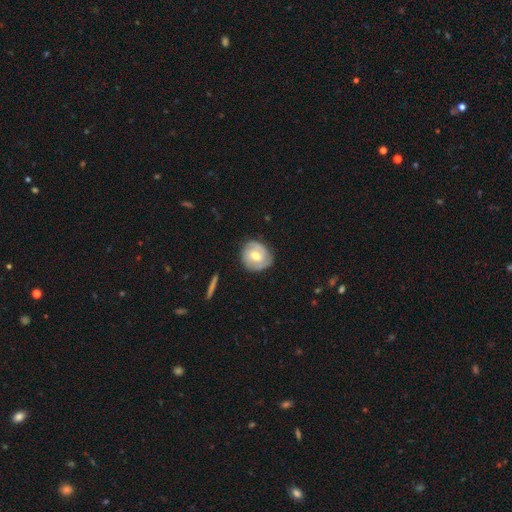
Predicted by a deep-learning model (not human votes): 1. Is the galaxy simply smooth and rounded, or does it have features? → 62% featured or disk, 32% smooth, 6% star or artifact.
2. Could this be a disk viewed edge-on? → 96% no, 4% yes.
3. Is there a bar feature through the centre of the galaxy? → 47% no, 42% weak, 11% strong.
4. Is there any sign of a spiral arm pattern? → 80% yes, 20% no.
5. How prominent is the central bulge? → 77% moderate, 13% small, 8% large, 1% none, 1% dominant.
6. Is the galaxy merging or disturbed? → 77% none, 17% minor disturbance, 4% major disturbance, 1% merger.